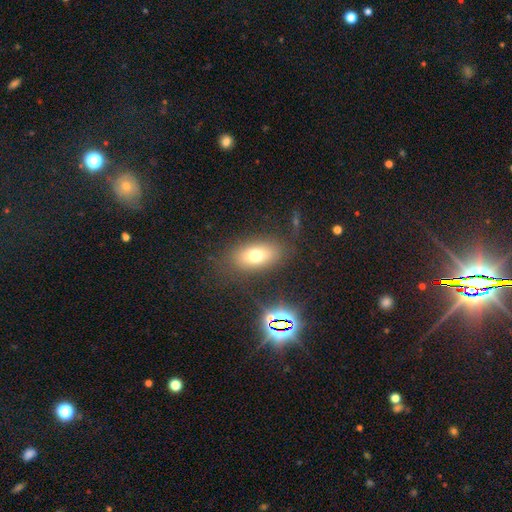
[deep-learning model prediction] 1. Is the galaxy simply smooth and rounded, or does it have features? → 69% smooth, 17% featured or disk, 14% star or artifact.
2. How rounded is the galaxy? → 84% in between, 11% round, 5% cigar-shaped.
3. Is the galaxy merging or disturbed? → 80% none, 12% minor disturbance, 6% major disturbance, 3% merger.